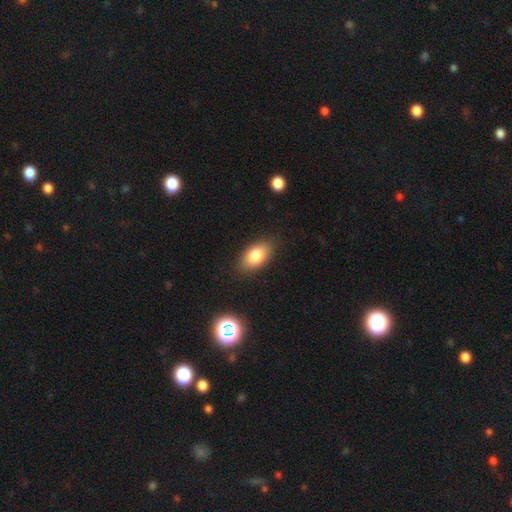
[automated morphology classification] Smooth or featured? smooth (81%)
How rounded? in between (91%)
Merging? none (86%)